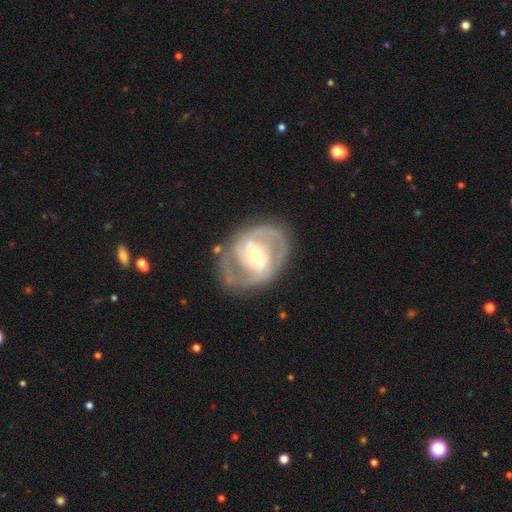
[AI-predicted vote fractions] featured or disk 85%, smooth 10%, star or artifact 5%. Down the decision tree: edge-on disk — no (97%); bar — strong (48%); spiral arms — yes (89%); spiral arm count — 2 (76%); spiral winding — medium (48%); bulge size — moderate (47%); merging — none (74%).